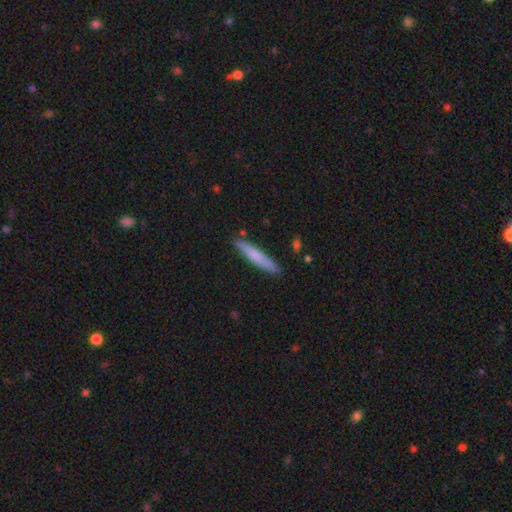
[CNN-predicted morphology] Smooth or featured? Predicted: smooth (p=0.72). How rounded? Predicted: cigar-shaped (p=0.93). Merging? Predicted: none (p=0.88).